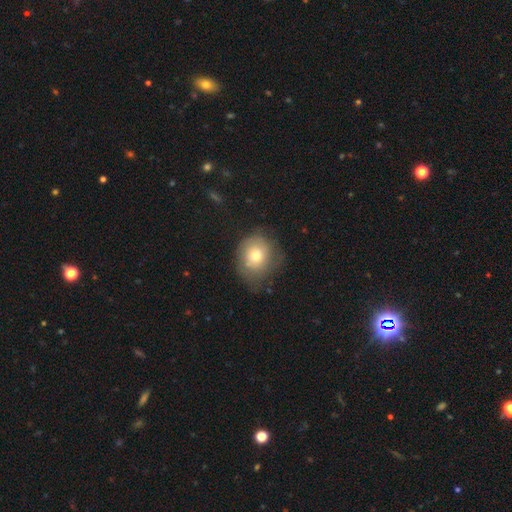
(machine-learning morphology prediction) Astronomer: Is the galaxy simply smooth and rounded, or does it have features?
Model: smooth — 71%.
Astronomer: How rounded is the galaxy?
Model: round — 74%.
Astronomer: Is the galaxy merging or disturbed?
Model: none — 59%.